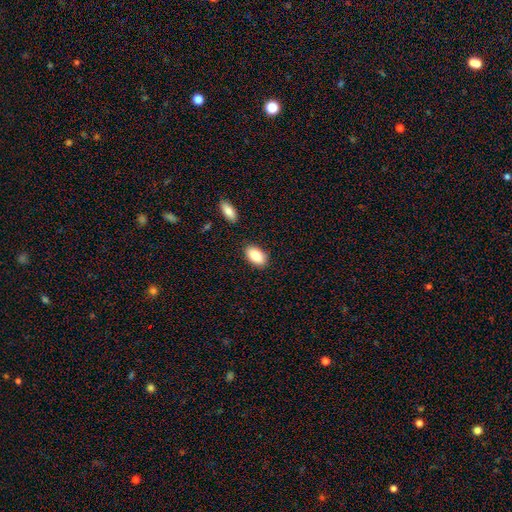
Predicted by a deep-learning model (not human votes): Morphology: type=smooth (86%); roundness=in between (93%); merging=none (83%).